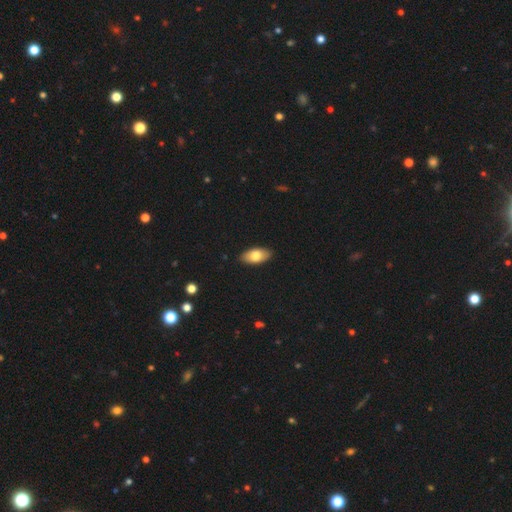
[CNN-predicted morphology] Smooth or featured?
  - smooth: 76% *
  - featured or disk: 17%
  - star or artifact: 6%
How rounded?
  - in between: 91% *
  - cigar-shaped: 5%
  - round: 3%
Merging?
  - none: 88% *
  - minor disturbance: 9%
  - major disturbance: 2%
  - merger: 1%